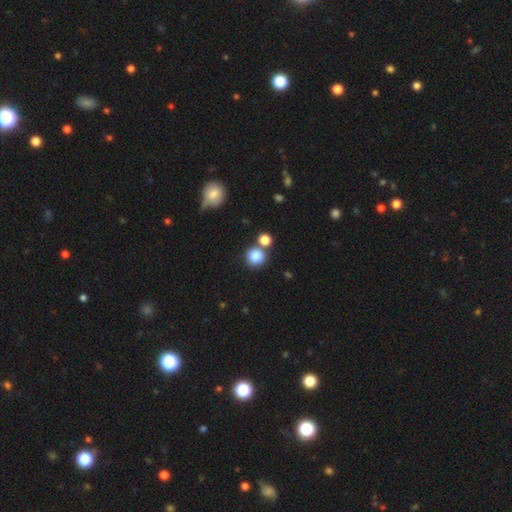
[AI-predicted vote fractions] Smooth or featured? smooth (84%)
How rounded? round (89%)
Merging? none (64%)